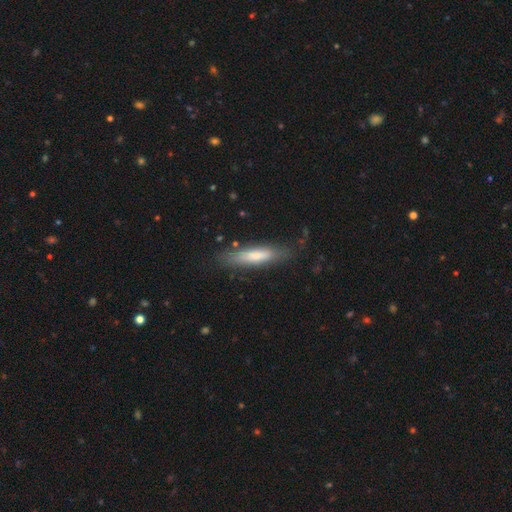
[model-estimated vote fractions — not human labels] smooth 68%, featured or disk 26%, star or artifact 6%. Down the decision tree: how rounded — cigar-shaped (80%); merging — none (79%).